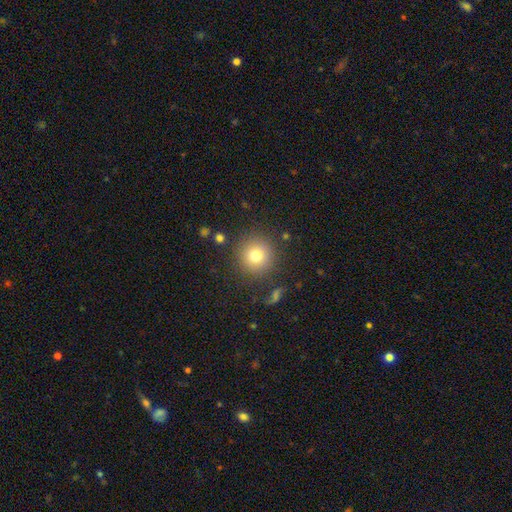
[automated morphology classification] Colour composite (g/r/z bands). It shows a smooth galaxy with no disk features (76%) that is round (95%). Merging: none (87%).